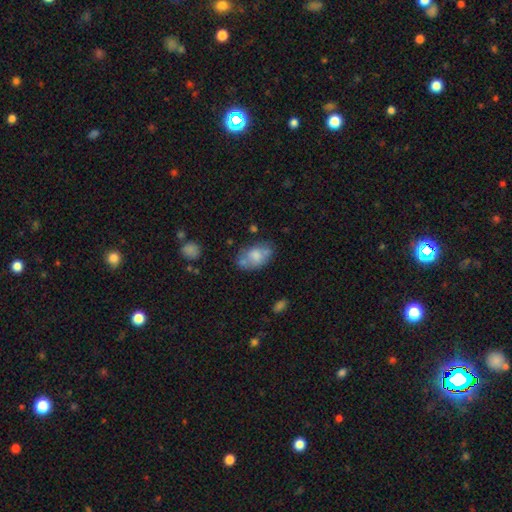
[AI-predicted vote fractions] This appears to be a smooth galaxy with no disk features (67%) that is in between round and cigar-shaped (88%). Merging: none (51%).